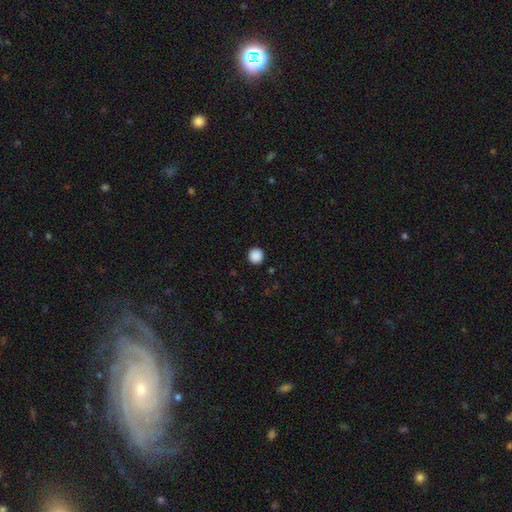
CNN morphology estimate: The model was most divided on "smooth or featured": smooth: 89%, star or artifact: 9%, featured or disk: 2%. More confident: how rounded — round (96%); merging — none (93%).